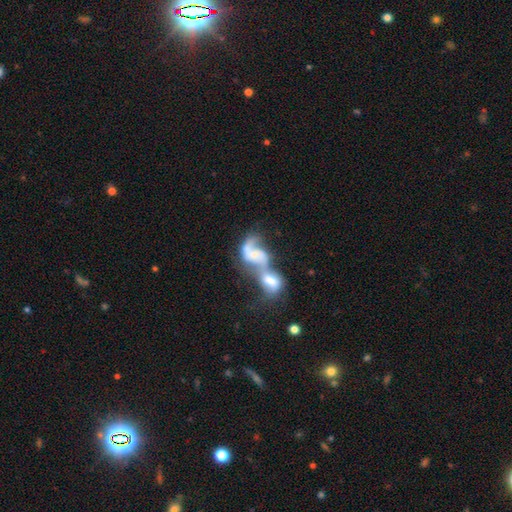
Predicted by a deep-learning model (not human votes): Q: Smooth or featured?
A: featured or disk (70%); runner-up: smooth (22%)
Q: Edge-on disk?
A: no (97%); runner-up: yes (3%)
Q: Bar?
A: no (54%); runner-up: weak (33%)
Q: Spiral arms?
A: yes (82%); runner-up: no (18%)
Q: Spiral winding?
A: loose (59%); runner-up: medium (31%)
Q: Spiral arm count?
A: 2 (71%); runner-up: 1 (14%)
Q: Bulge size?
A: small (39%); runner-up: moderate (29%)
Q: Merging?
A: merger (77%); runner-up: none (9%)